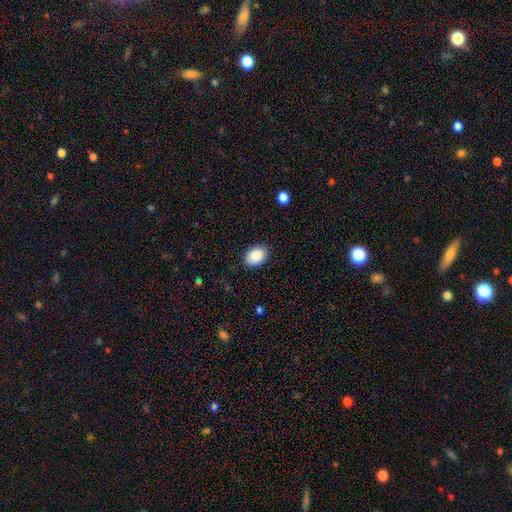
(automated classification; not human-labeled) The model was most divided on "how rounded": in between: 81%, round: 18%, cigar-shaped: 1%. More confident: smooth or featured — smooth (90%); merging — none (88%).